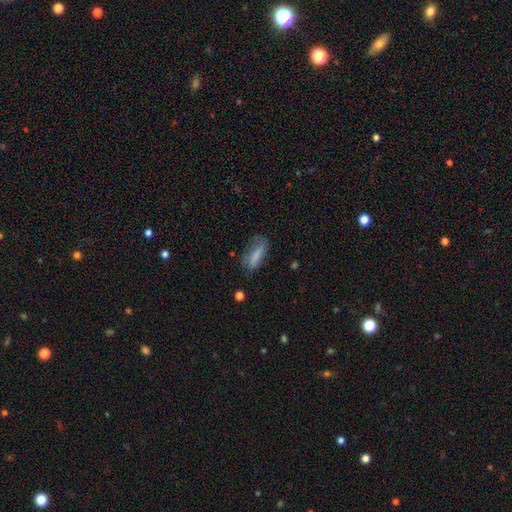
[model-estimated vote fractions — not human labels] A smooth galaxy with no disk features (77%) that is in between round and cigar-shaped (59%).

Vote fractions:
- Smooth or featured? smooth: 77% / featured or disk: 15% / star or artifact: 9%
- How rounded? in between: 59% / cigar-shaped: 39% / round: 2%
- Merging? none: 55% / minor disturbance: 28% / major disturbance: 14% / merger: 2%